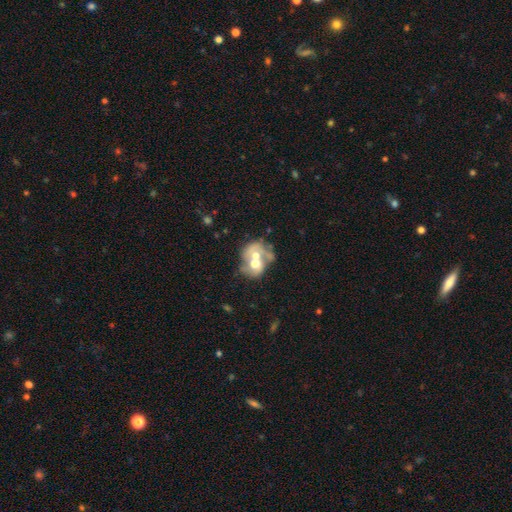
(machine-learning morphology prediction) smooth-or-featured: featured or disk: 54% | smooth: 38% | star or artifact: 8%
  disk-edge-on: no: 97% | yes: 3%
    bar: no: 82% | weak: 14% | strong: 4%
    has-spiral-arms: no: 68% | yes: 32%
    bulge-size: moderate: 68% | small: 13% | large: 12% | none: 4% | dominant: 2%
  merging: merger: 69% | none: 14% | major disturbance: 9% | minor disturbance: 8%